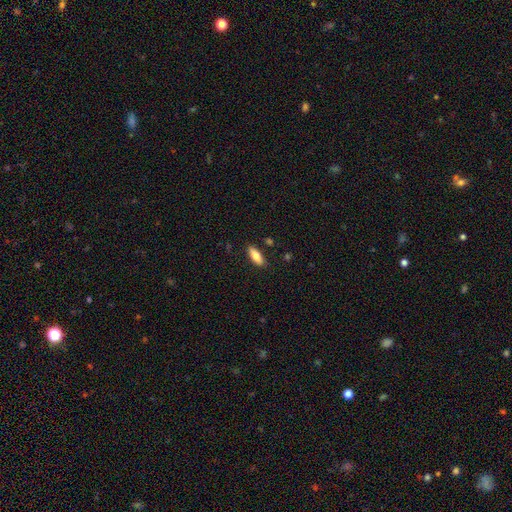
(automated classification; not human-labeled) Morphology: type=smooth (80%); roundness=in between (72%); merging=none (86%).